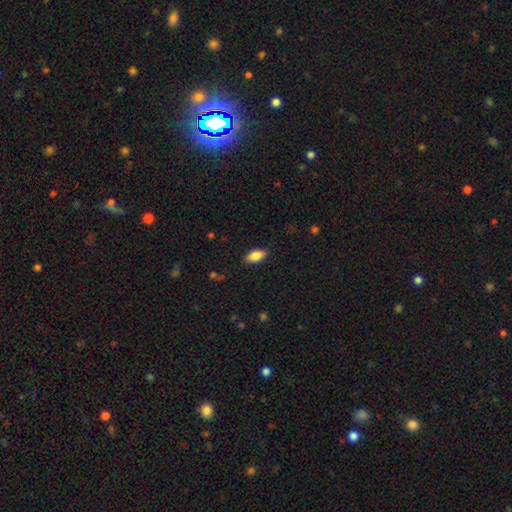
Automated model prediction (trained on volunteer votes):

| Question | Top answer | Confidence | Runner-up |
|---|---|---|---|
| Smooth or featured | smooth | 86% | featured or disk (8%) |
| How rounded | in between | 90% | cigar-shaped (7%) |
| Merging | none | 87% | minor disturbance (9%) |